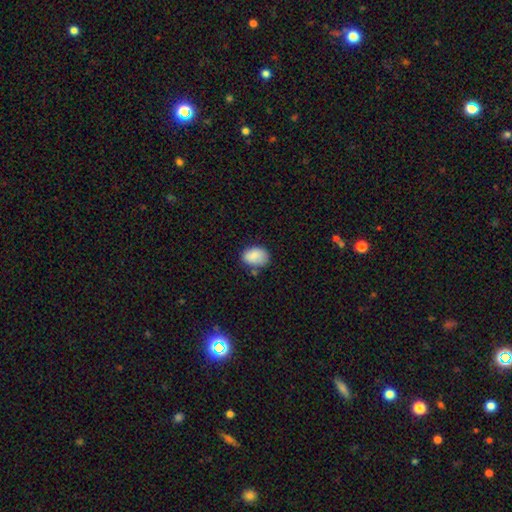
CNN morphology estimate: smooth 87%, star or artifact 7%, featured or disk 6%. Down the decision tree: how rounded — in between (77%); merging — none (67%).